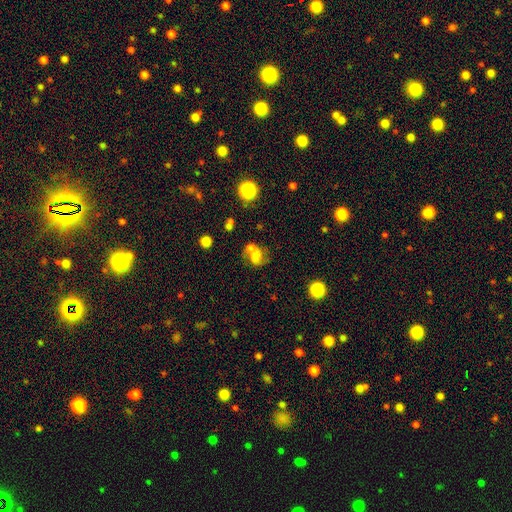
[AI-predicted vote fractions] A featured or disk galaxy (48%). Merging: merger (41%).